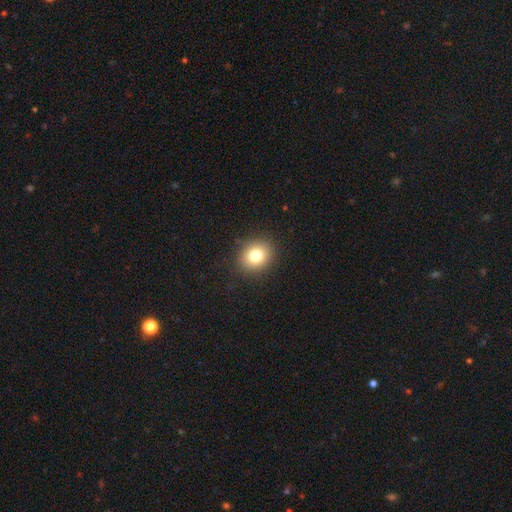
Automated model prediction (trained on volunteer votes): Smooth or featured?
  - smooth: 78% *
  - star or artifact: 12%
  - featured or disk: 10%
How rounded?
  - round: 69% *
  - in between: 30%
  - cigar-shaped: 1%
Merging?
  - none: 89% *
  - minor disturbance: 7%
  - major disturbance: 3%
  - merger: 1%